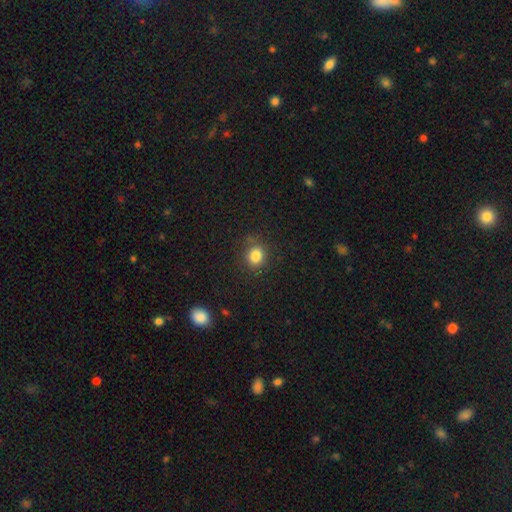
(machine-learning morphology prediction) This appears to be a smooth galaxy with no disk features (82%) that is round (77%). Merging: none (80%).